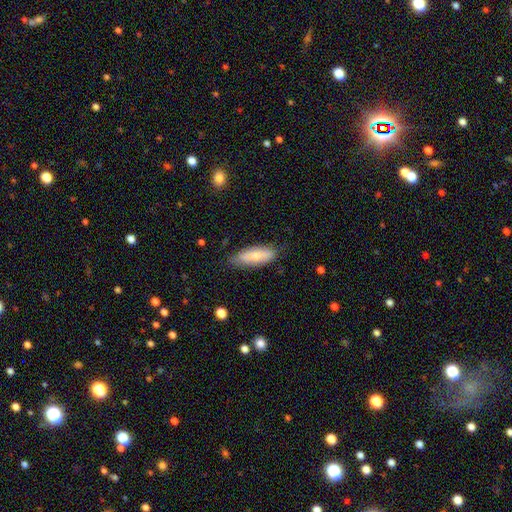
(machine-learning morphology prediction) This is likely a smooth galaxy (71%). How rounded: likely in between (70%). Merging: likely none (76%).